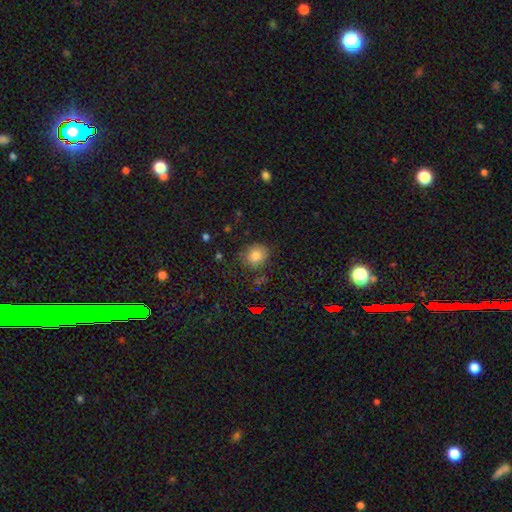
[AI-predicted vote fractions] Smooth or featured: smooth — 82% (star or artifact — 12%)
How rounded: round — 75% (in between — 24%)
Merging: none — 79% (minor disturbance — 14%)